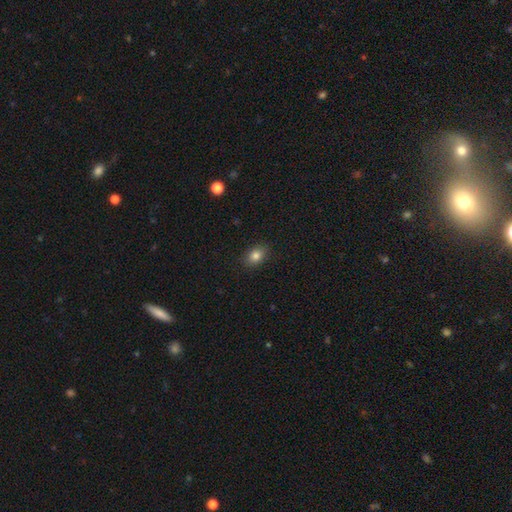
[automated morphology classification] smooth 83%, star or artifact 10%, featured or disk 7%. Down the decision tree: how rounded — in between (72%); merging — none (88%).